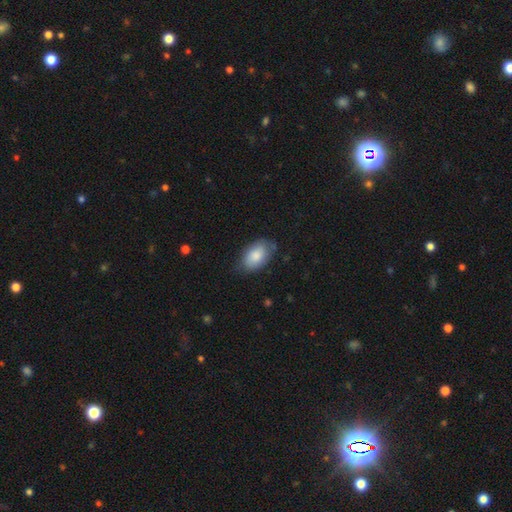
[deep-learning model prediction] smooth_or_featured: smooth (p=0.84) [alt: featured or disk p=0.11]
how_rounded: in between (p=0.93) [alt: round p=0.05]
merging: none (p=0.73) [alt: minor disturbance p=0.21]